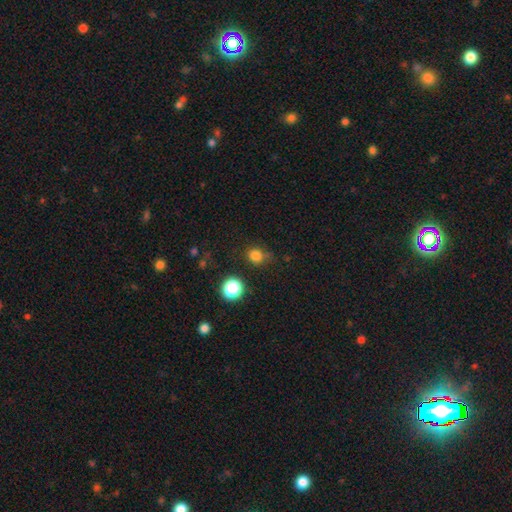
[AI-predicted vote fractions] smooth-or-featured: smooth: 79% | star or artifact: 16% | featured or disk: 5%
  how-rounded: round: 81% | in between: 18% | cigar-shaped: 1%
  merging: none: 69% | minor disturbance: 22% | major disturbance: 6% | merger: 3%